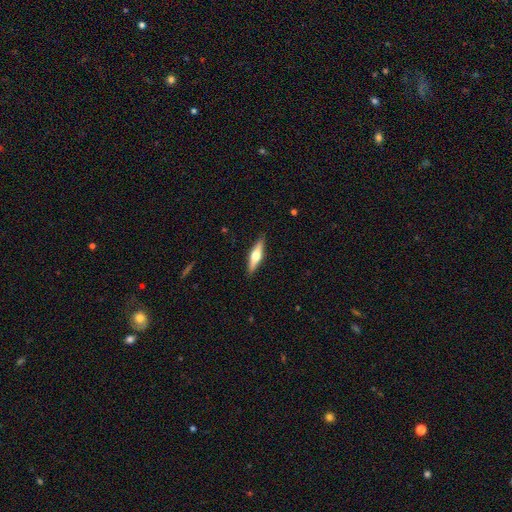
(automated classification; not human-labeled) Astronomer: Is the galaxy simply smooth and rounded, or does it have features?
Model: featured or disk — 58% (runner-up: smooth, 36%).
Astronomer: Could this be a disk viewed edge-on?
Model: yes — 96%.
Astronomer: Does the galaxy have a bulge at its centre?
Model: rounded — 93%.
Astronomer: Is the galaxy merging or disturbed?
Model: none — 89%.